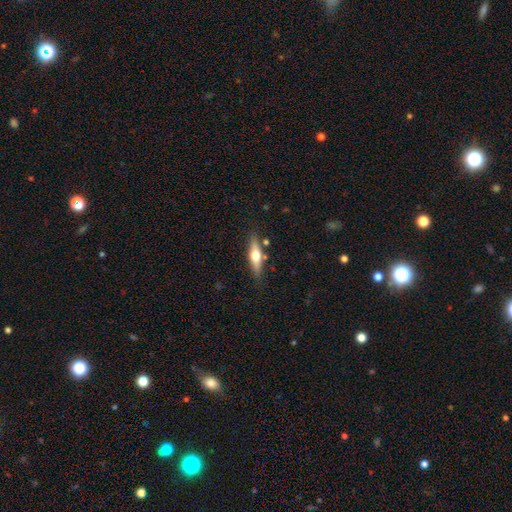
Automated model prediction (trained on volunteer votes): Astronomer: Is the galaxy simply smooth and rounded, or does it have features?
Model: featured or disk — 47%, tied with smooth at 47%.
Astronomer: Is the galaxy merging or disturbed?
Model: none — 80%.